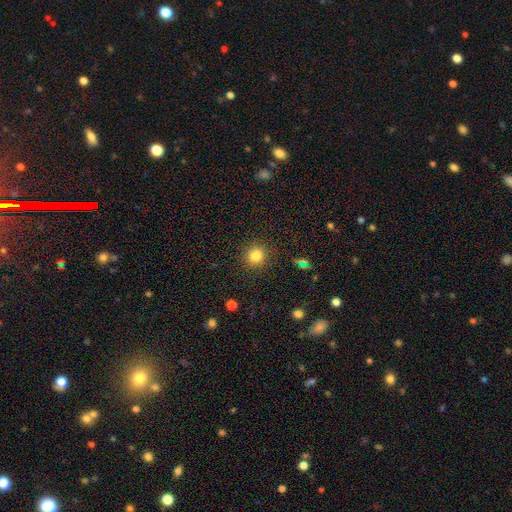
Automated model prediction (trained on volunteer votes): smooth_or_featured: smooth (p=0.82) [alt: star or artifact p=0.13]
how_rounded: round (p=0.91) [alt: in between p=0.08]
merging: none (p=0.90) [alt: minor disturbance p=0.06]